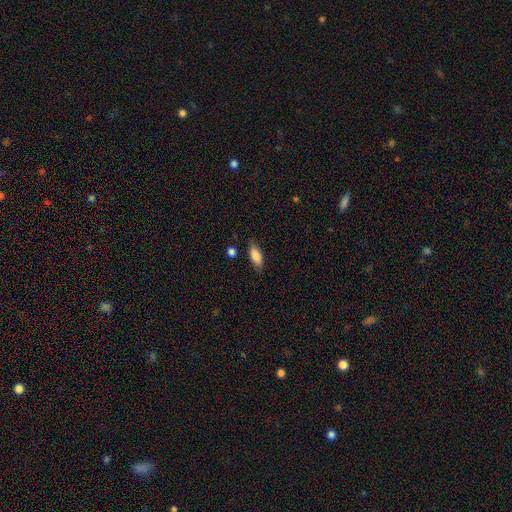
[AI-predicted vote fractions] smooth_or_featured: smooth (p=0.84) [alt: featured or disk p=0.09]
how_rounded: in between (p=0.81) [alt: cigar-shaped p=0.16]
merging: none (p=0.79) [alt: minor disturbance p=0.15]